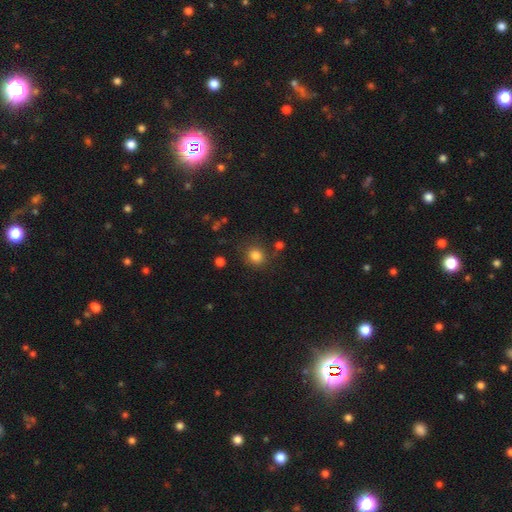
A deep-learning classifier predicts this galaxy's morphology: Smooth or featured?
  - smooth: 82% *
  - star or artifact: 12%
  - featured or disk: 6%
How rounded?
  - round: 78% *
  - in between: 21%
  - cigar-shaped: 1%
Merging?
  - none: 79% *
  - minor disturbance: 12%
  - major disturbance: 4%
  - merger: 4%